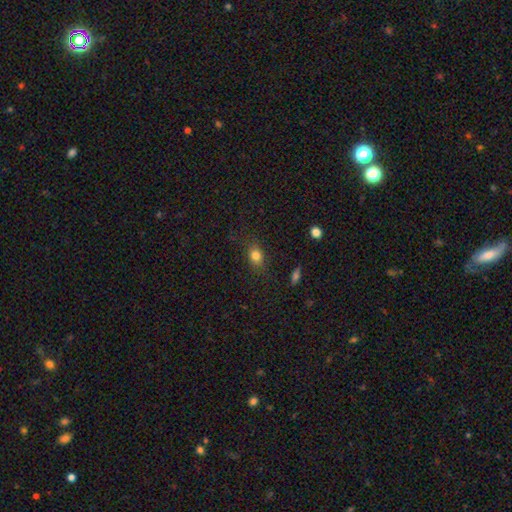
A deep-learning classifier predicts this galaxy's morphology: smooth_or_featured: smooth (p=0.80) [alt: star or artifact p=0.11]
how_rounded: in between (p=0.61) [alt: round p=0.37]
merging: none (p=0.80) [alt: minor disturbance p=0.14]